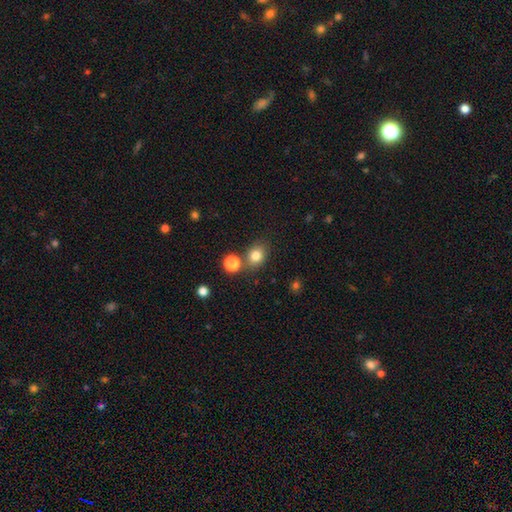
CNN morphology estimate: The model was most divided on "how rounded": round: 58%, in between: 41%, cigar-shaped: 1%. More confident: smooth or featured — smooth (81%); merging — none (71%).